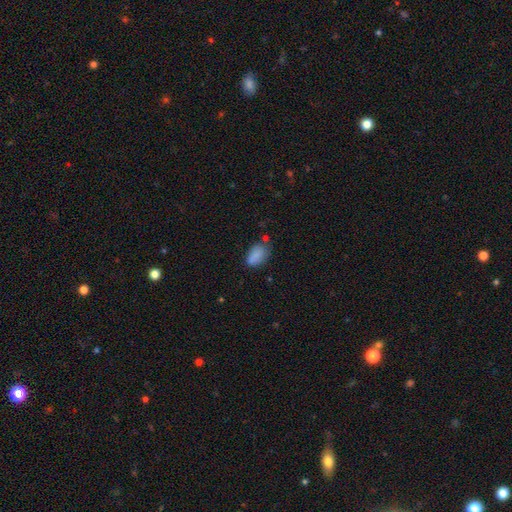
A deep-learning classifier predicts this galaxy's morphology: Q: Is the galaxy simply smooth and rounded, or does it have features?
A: smooth — 85%.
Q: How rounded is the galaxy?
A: in between — 90%.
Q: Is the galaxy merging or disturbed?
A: none — 62%.